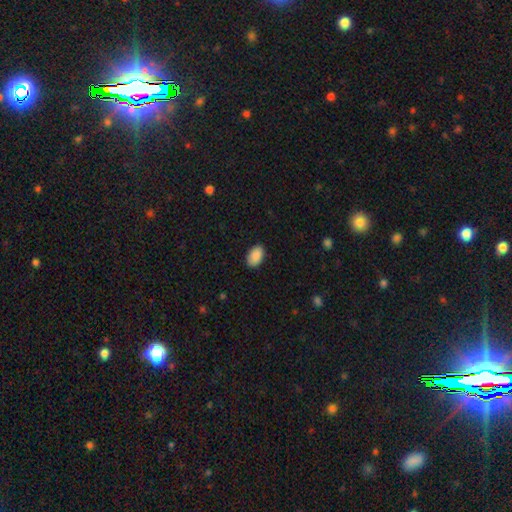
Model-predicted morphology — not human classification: This appears to be a smooth galaxy with no disk features (90%) that is in between round and cigar-shaped (92%). Merging: none (87%).